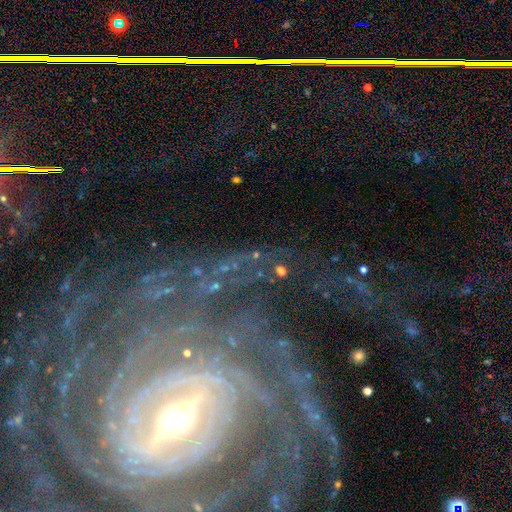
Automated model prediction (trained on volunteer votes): This is marginally a star or artifact rather than a galaxy (43%, tied with featured or disk).